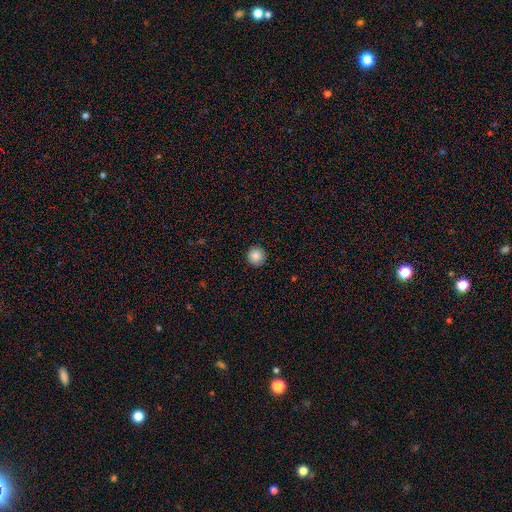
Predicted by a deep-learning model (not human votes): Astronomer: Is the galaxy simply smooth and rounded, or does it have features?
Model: smooth — 87%.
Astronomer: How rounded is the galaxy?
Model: round — 95%.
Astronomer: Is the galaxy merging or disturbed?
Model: none — 91%.